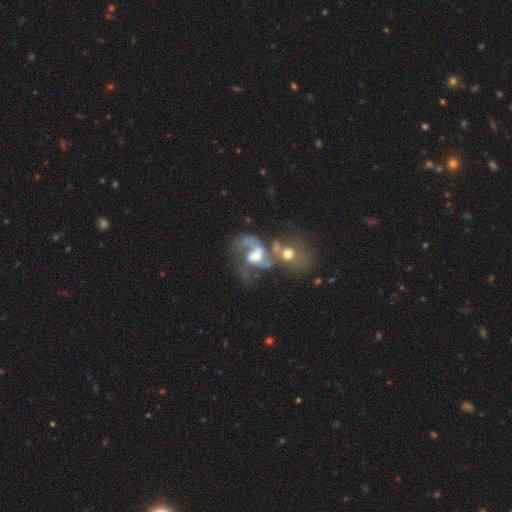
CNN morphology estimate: Smooth or featured?
  - featured or disk: 72% *
  - smooth: 18%
  - star or artifact: 9%
Edge-on disk?
  - no: 97% *
  - yes: 3%
Bar?
  - no: 56% *
  - weak: 35%
  - strong: 9%
Spiral arms?
  - yes: 81% *
  - no: 19%
Spiral winding?
  - loose: 52% *
  - medium: 38%
  - tight: 10%
Spiral arm count?
  - 2: 57% *
  - 1: 27%
  - can't tell: 10%
  - 3: 3%
  - 4: 1%
  - more than 4: 1%
Bulge size?
  - moderate: 56% *
  - small: 19%
  - large: 17%
  - none: 6%
  - dominant: 2%
Merging?
  - merger: 60% *
  - major disturbance: 18%
  - none: 15%
  - minor disturbance: 7%